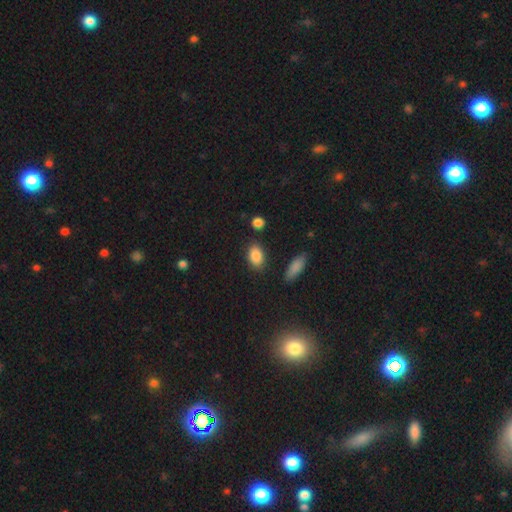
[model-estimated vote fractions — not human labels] Morphology: type=smooth (87%); roundness=in between (87%); merging=none (81%).